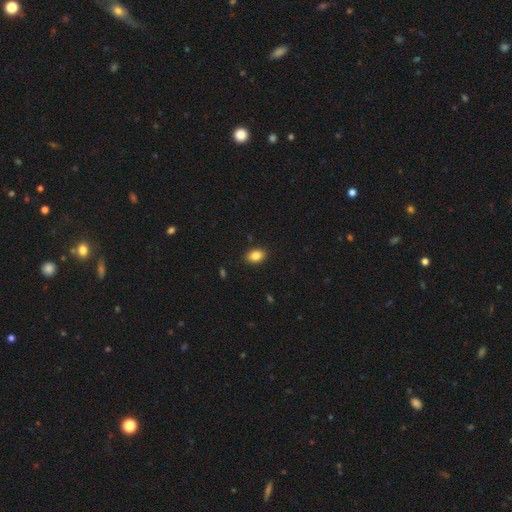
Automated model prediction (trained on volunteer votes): A smooth galaxy with no disk features (85%) that is in between round and cigar-shaped (80%). Merging: none (89%).